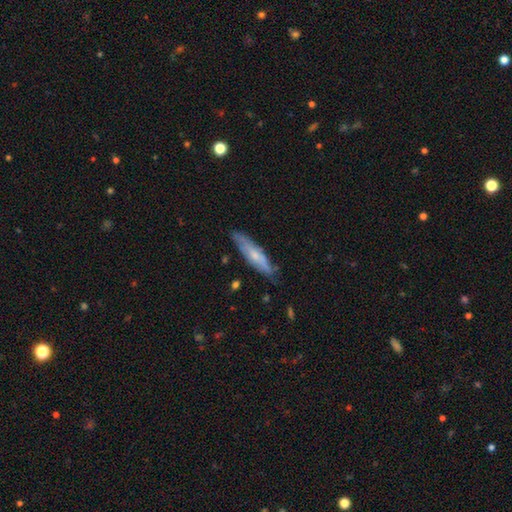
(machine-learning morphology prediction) smooth-or-featured: smooth: 49% | featured or disk: 45% | star or artifact: 6%
  merging: none: 76% | minor disturbance: 19% | major disturbance: 3% | merger: 2%